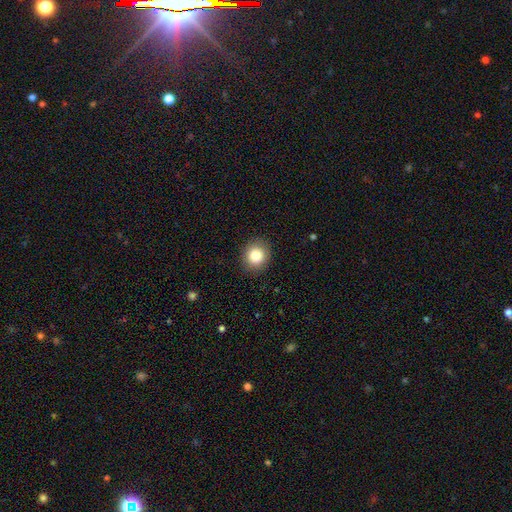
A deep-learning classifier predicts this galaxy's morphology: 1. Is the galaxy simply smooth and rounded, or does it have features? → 82% smooth, 10% star or artifact, 8% featured or disk.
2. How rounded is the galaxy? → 84% round, 15% in between, 1% cigar-shaped.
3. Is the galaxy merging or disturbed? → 91% none, 6% minor disturbance, 2% major disturbance, 1% merger.